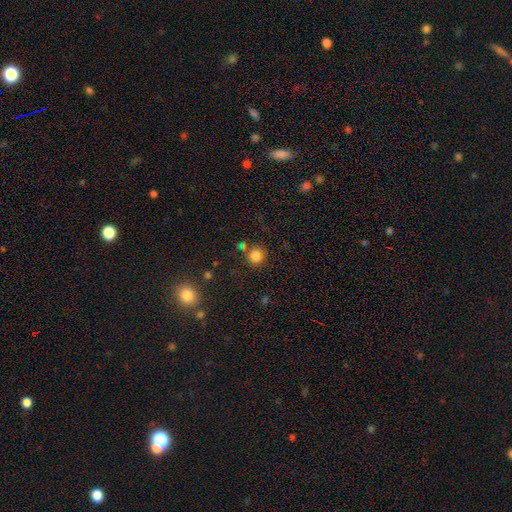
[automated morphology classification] This appears to be a smooth galaxy with no disk features (82%) that is round (91%). Merging: none (77%).